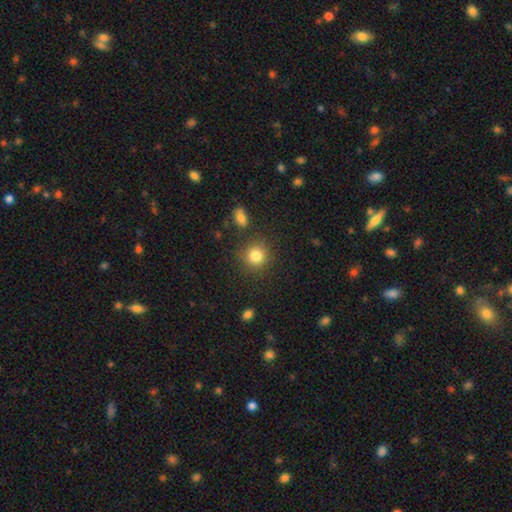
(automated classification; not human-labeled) Morphology: type=smooth (82%); roundness=round (91%); merging=none (84%).